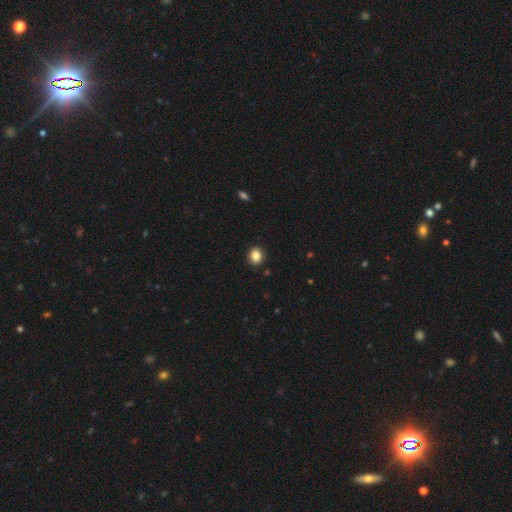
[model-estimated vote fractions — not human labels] Smooth or featured? Predicted: smooth (p=0.86). How rounded? Predicted: round (p=0.64). Merging? Predicted: none (p=0.91).